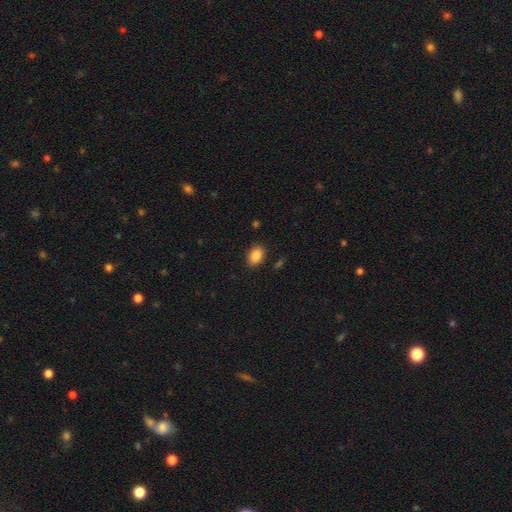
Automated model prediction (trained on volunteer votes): Q: Smooth or featured?
A: smooth (87%); runner-up: star or artifact (8%)
Q: How rounded?
A: in between (80%); runner-up: round (19%)
Q: Merging?
A: none (87%); runner-up: minor disturbance (9%)